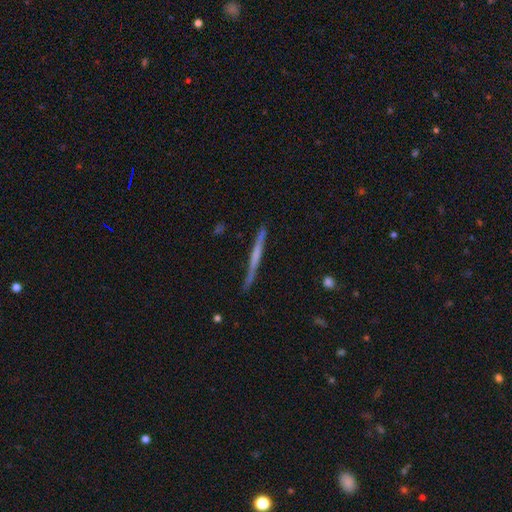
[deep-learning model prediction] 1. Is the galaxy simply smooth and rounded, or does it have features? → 55% featured or disk, 39% smooth, 6% star or artifact.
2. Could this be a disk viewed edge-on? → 97% yes, 3% no.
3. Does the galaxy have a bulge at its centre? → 73% none, 16% rounded, 11% boxy.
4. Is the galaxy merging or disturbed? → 83% none, 13% minor disturbance, 2% major disturbance, 2% merger.